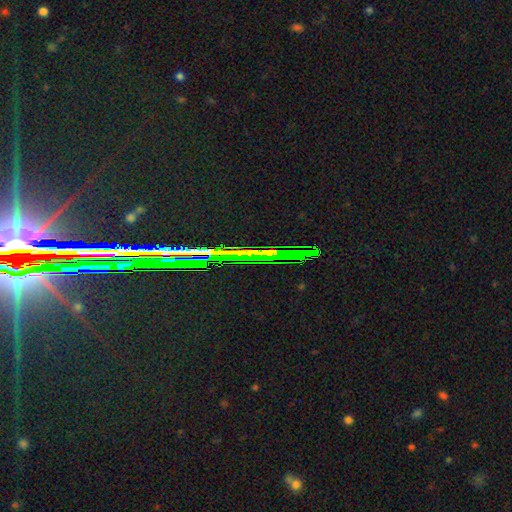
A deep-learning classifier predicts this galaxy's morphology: star or artifact 80%, featured or disk 12%, smooth 8%.